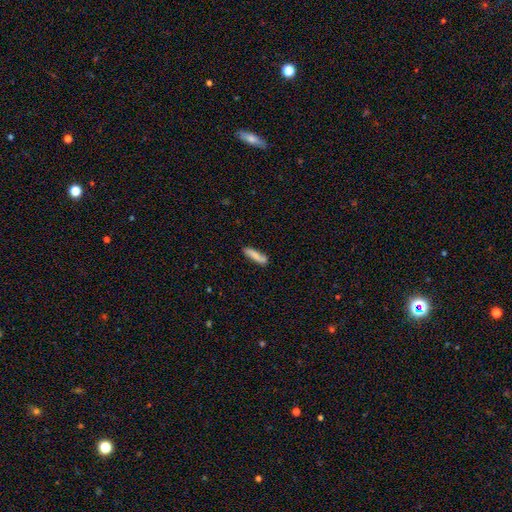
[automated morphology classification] This appears to be a smooth galaxy with no disk features (73%) that is cigar-shaped (72%). Merging: none (76%).